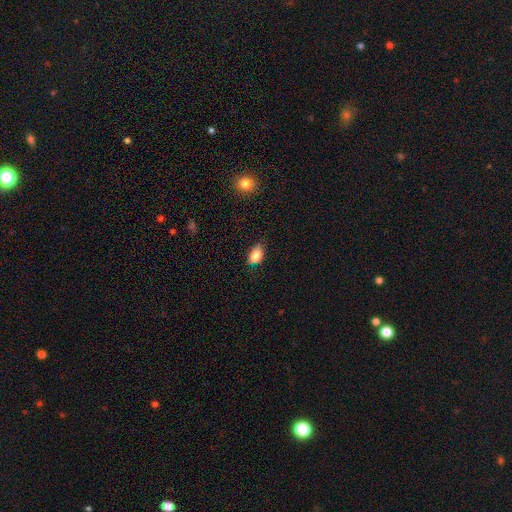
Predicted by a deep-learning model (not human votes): The model was most divided on "merging": none: 64%, minor disturbance: 29%, major disturbance: 5%, merger: 1%. More confident: smooth or featured — smooth (85%); how rounded — in between (84%).